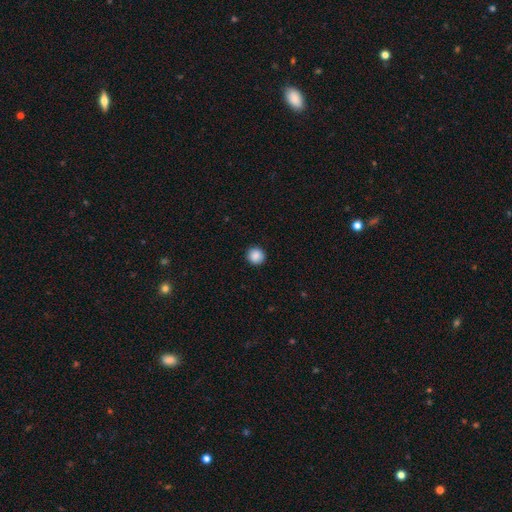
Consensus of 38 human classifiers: Overall: smooth (92%). How rounded: round (97%). Merging: none (97%).